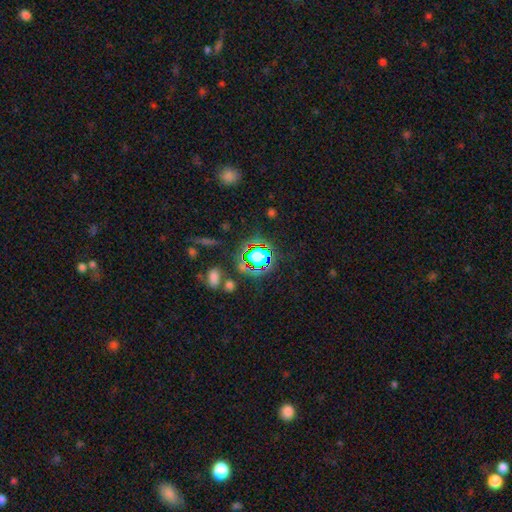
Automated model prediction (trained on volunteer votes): Overall: star or artifact (58%; smooth 31%).